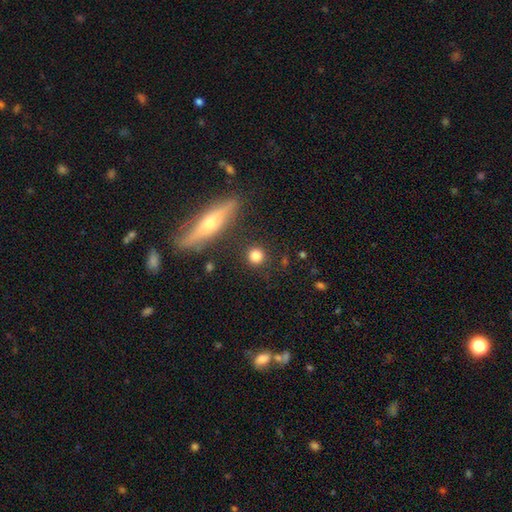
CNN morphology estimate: smooth_or_featured: smooth (p=0.81) [alt: featured or disk p=0.10]
how_rounded: round (p=0.90) [alt: in between p=0.07]
merging: none (p=0.89) [alt: minor disturbance p=0.06]